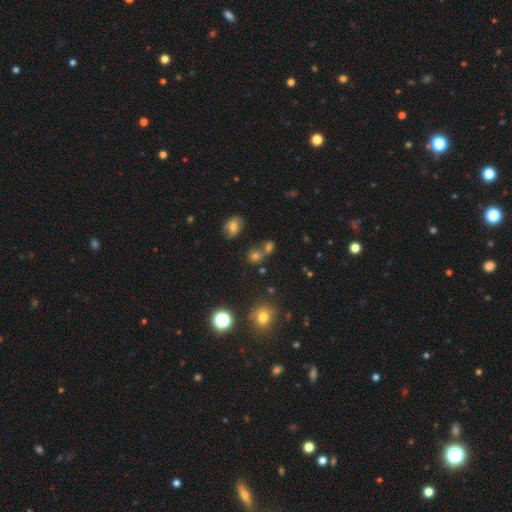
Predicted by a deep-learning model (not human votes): Smooth or featured?
  - smooth: 59% *
  - star or artifact: 31%
  - featured or disk: 10%
How rounded?
  - round: 75% *
  - in between: 23%
  - cigar-shaped: 2%
Merging?
  - none: 58% *
  - merger: 28%
  - minor disturbance: 10%
  - major disturbance: 5%